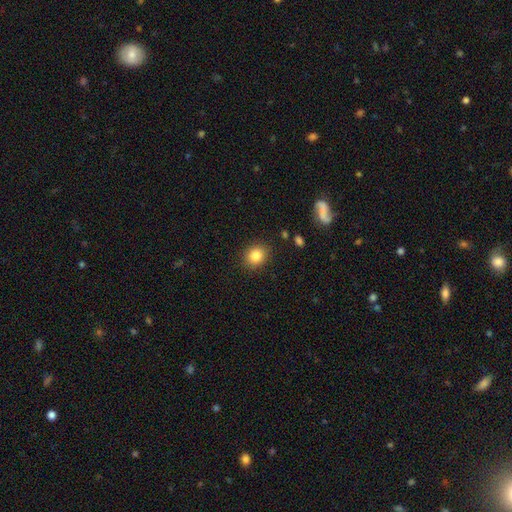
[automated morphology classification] A smooth galaxy with no disk features (85%) that is round (69%).

Vote fractions:
- Smooth or featured? smooth: 85% / star or artifact: 10% / featured or disk: 6%
- How rounded? round: 69% / in between: 30% / cigar-shaped: 1%
- Merging? none: 88% / minor disturbance: 8% / major disturbance: 3% / merger: 1%